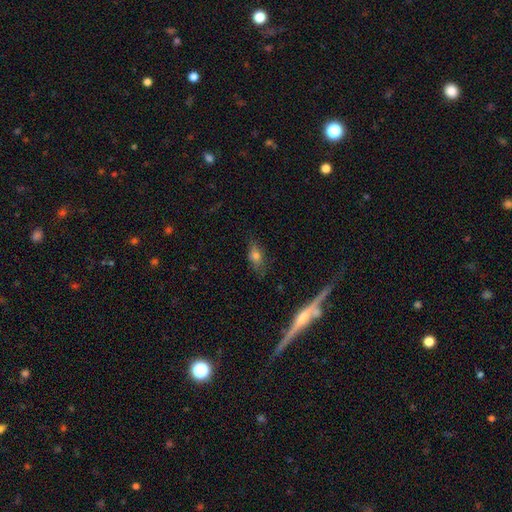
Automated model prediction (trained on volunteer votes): This appears to be a smooth galaxy with no disk features (62%) that is in between round and cigar-shaped (73%). Merging: none (72%).